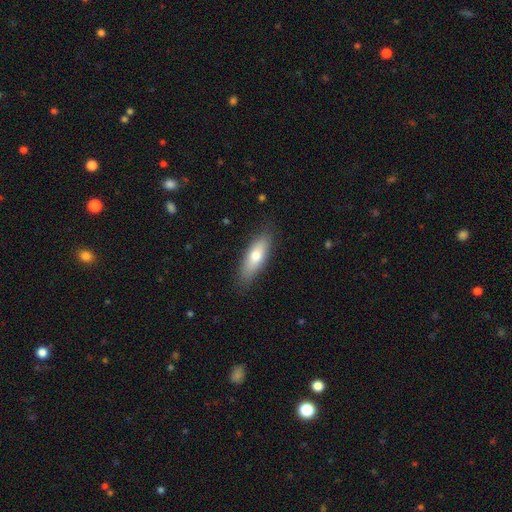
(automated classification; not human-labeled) Overall: smooth (72%). How rounded: in between (59%; cigar-shaped 38%). Merging: none (83%).